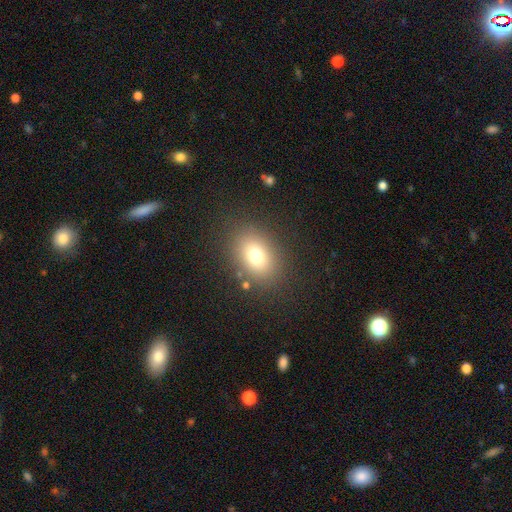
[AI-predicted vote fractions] A smooth galaxy with no disk features (74%) that is in between round and cigar-shaped (64%).

Vote fractions:
- Smooth or featured? smooth: 74% / star or artifact: 14% / featured or disk: 12%
- How rounded? in between: 64% / round: 35% / cigar-shaped: 1%
- Merging? none: 84% / minor disturbance: 9% / major disturbance: 5% / merger: 2%